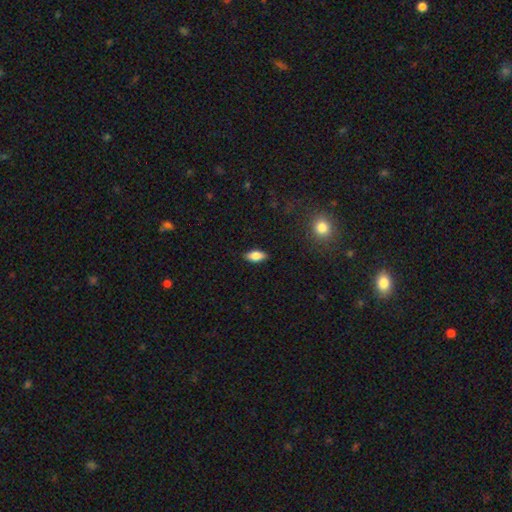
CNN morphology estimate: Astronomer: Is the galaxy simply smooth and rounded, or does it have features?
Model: smooth — 78%.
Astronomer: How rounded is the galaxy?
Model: in between — 86%.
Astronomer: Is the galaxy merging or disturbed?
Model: none — 88%.